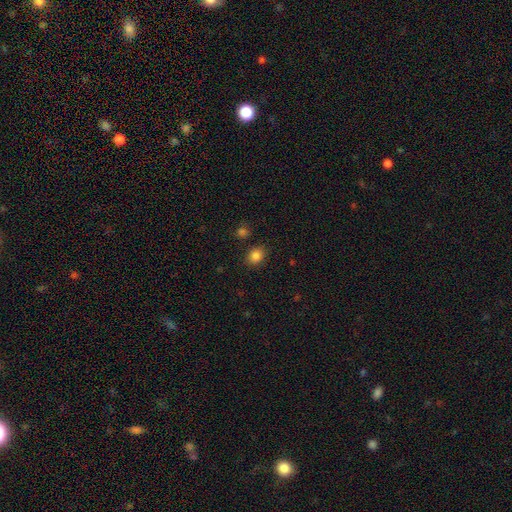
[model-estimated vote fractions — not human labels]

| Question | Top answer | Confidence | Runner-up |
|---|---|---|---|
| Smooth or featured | smooth | 85% | star or artifact (11%) |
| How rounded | in between | 52% | round (47%) |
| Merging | none | 85% | minor disturbance (9%) |